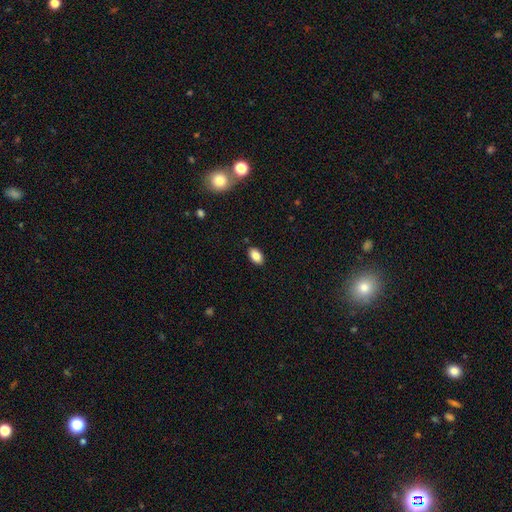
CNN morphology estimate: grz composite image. It shows a smooth galaxy with no disk features (86%) that is in between round and cigar-shaped (92%). Merging: none (88%).